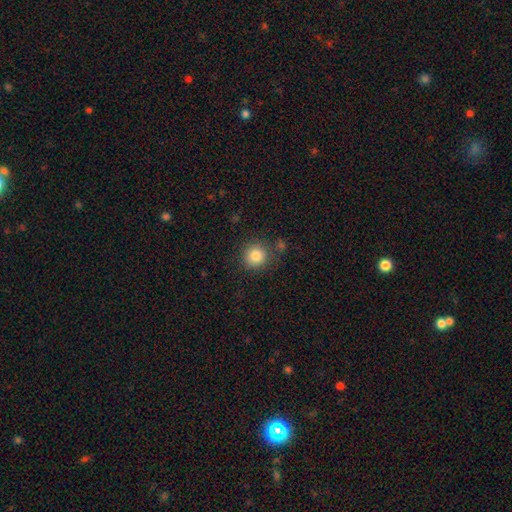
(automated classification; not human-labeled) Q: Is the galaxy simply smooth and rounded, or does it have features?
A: smooth — 84%.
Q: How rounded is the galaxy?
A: round — 93%.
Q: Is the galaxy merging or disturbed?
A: none — 82%.